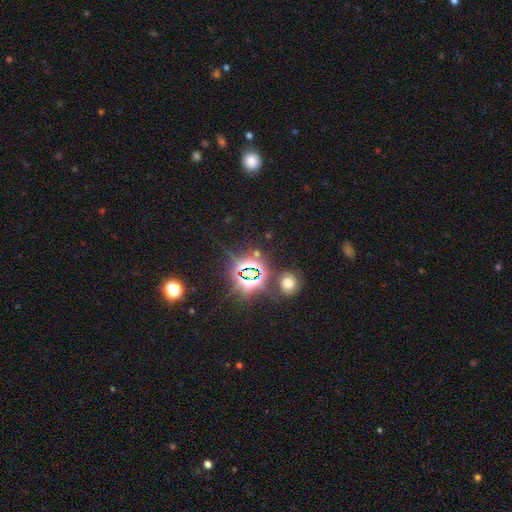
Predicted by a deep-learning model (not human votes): The model was most divided on "smooth or featured": star or artifact: 79%, smooth: 12%, featured or disk: 8%.